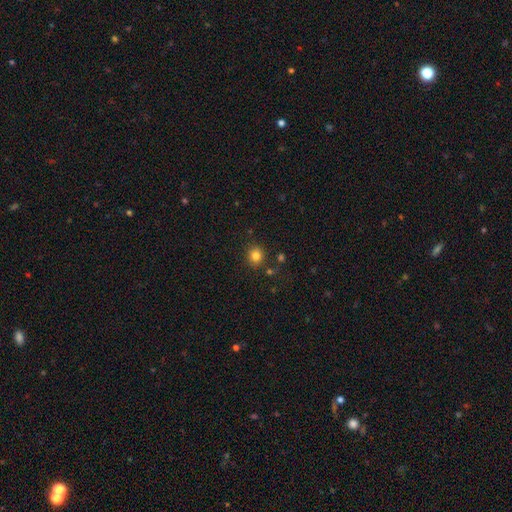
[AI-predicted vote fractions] Q: Smooth or featured?
A: smooth (81%); runner-up: star or artifact (13%)
Q: How rounded?
A: round (87%); runner-up: in between (13%)
Q: Merging?
A: none (86%); runner-up: minor disturbance (8%)